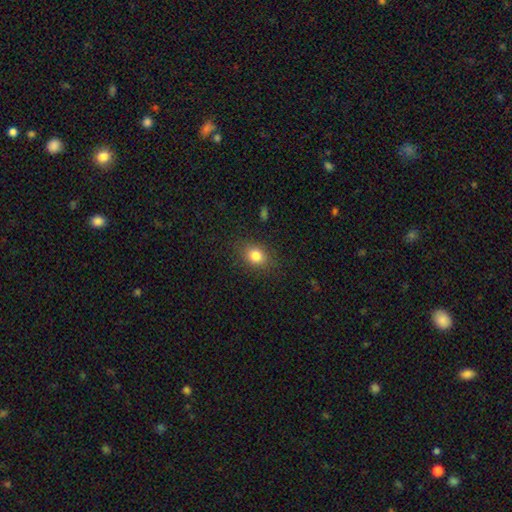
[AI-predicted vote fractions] A smooth galaxy with no disk features (82%) that is in between round and cigar-shaped (55%). Merging: none (84%).